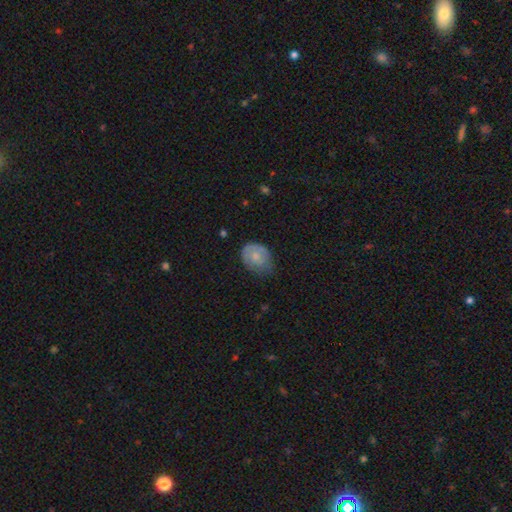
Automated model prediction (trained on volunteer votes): A smooth galaxy with no disk features (67%) that is in between round and cigar-shaped (61%).

Vote fractions:
- Smooth or featured? smooth: 67% / featured or disk: 26% / star or artifact: 7%
- How rounded? in between: 61% / round: 38% / cigar-shaped: 1%
- Merging? none: 47% / minor disturbance: 39% / major disturbance: 13% / merger: 2%